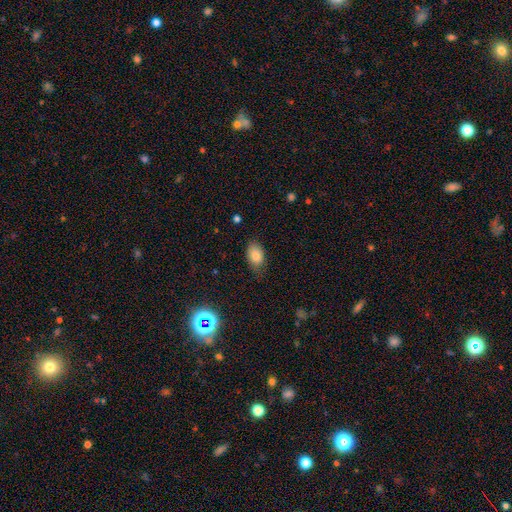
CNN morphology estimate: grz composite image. It shows a smooth galaxy with no disk features (81%) that is in between round and cigar-shaped (87%). Merging: none (71%).